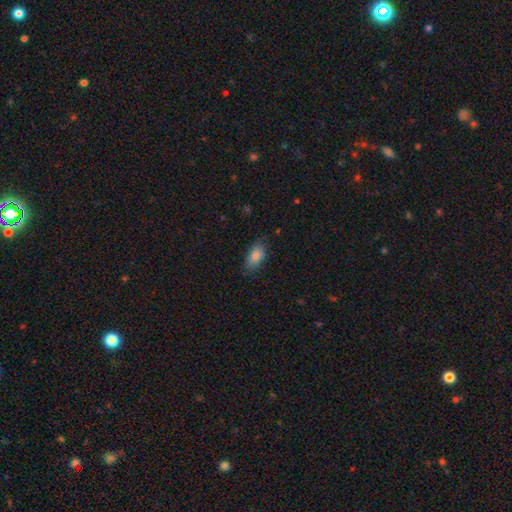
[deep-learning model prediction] Smooth or featured? smooth (82%)
How rounded? in between (90%)
Merging? none (77%)